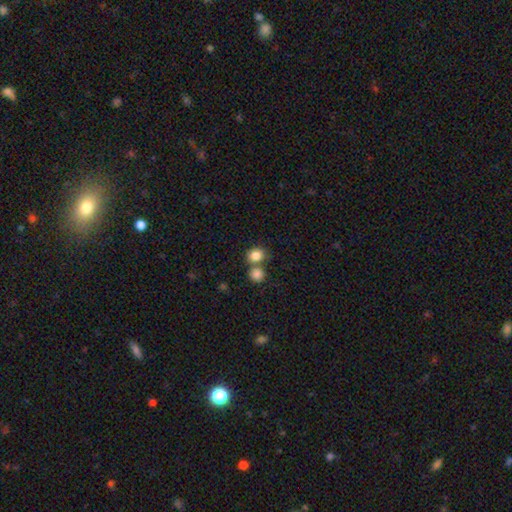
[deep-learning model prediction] smooth_or_featured: smooth (p=0.83) [alt: star or artifact p=0.10]
how_rounded: round (p=0.76) [alt: in between p=0.23]
merging: none (p=0.56) [alt: merger p=0.33]